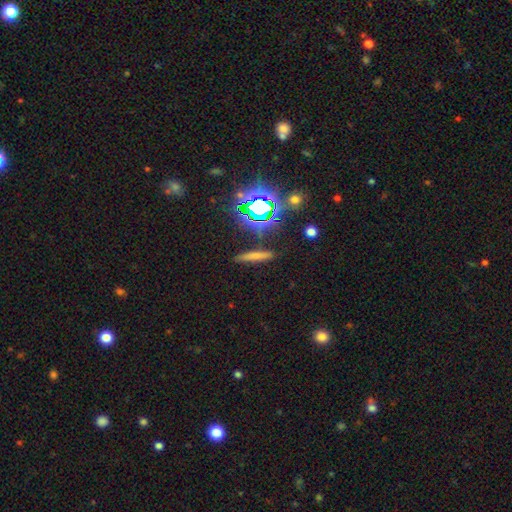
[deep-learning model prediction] smooth 61%, star or artifact 20%, featured or disk 18%. Down the decision tree: how rounded — cigar-shaped (87%); merging — none (85%).